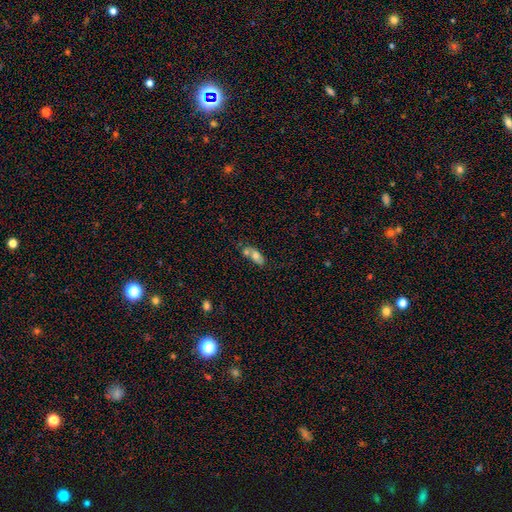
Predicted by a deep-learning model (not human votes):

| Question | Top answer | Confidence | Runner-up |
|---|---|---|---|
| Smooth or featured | smooth | 69% | featured or disk (22%) |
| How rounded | in between | 82% | cigar-shaped (11%) |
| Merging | merger | 44% | none (33%) |